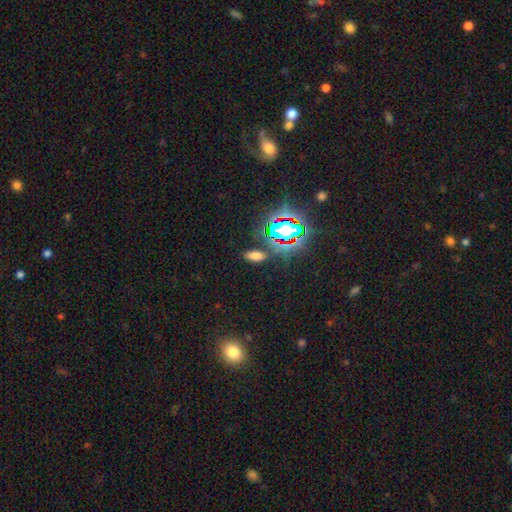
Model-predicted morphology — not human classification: Overall: smooth (60%; star or artifact 31%). How rounded: in between (81%). Merging: none (83%).